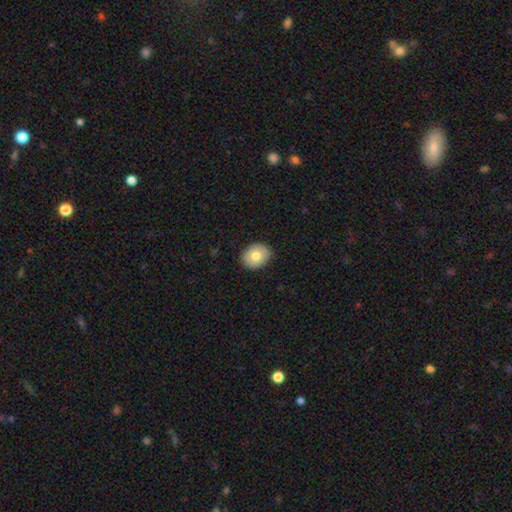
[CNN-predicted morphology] type=smooth (77%); roundness=in between (56%); merging=none (87%).